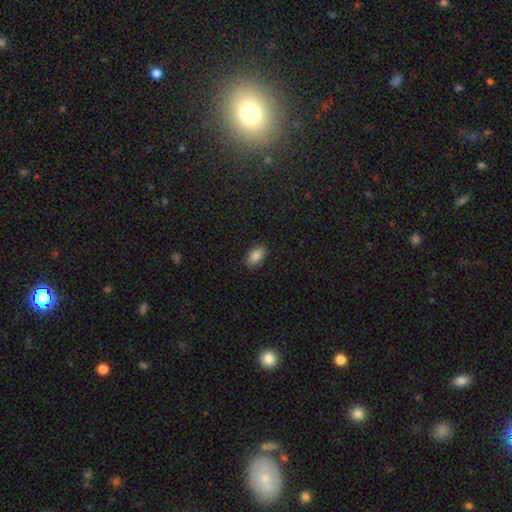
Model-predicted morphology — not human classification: smooth_or_featured: smooth (p=0.86) [alt: star or artifact p=0.08]
how_rounded: in between (p=0.92) [alt: round p=0.05]
merging: none (p=0.88) [alt: minor disturbance p=0.09]